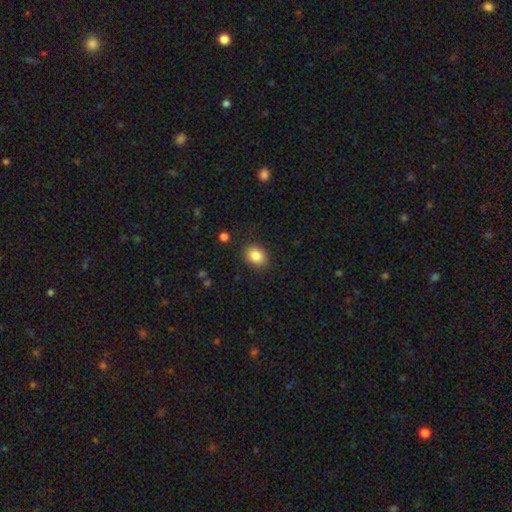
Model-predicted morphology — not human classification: Smooth or featured?
  - smooth: 86% *
  - star or artifact: 9%
  - featured or disk: 6%
How rounded?
  - in between: 63% *
  - round: 36%
  - cigar-shaped: 1%
Merging?
  - none: 87% *
  - minor disturbance: 9%
  - major disturbance: 3%
  - merger: 1%